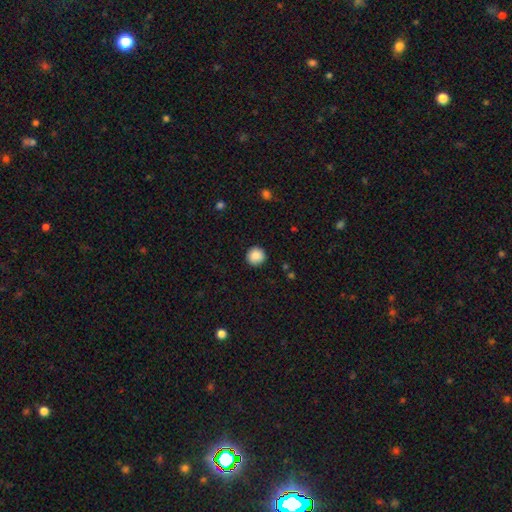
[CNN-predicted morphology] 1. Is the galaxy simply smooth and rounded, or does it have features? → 88% smooth, 9% star or artifact, 3% featured or disk.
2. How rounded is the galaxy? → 95% round, 5% in between, 1% cigar-shaped.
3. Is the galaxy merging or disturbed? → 91% none, 6% minor disturbance, 2% major disturbance, 1% merger.